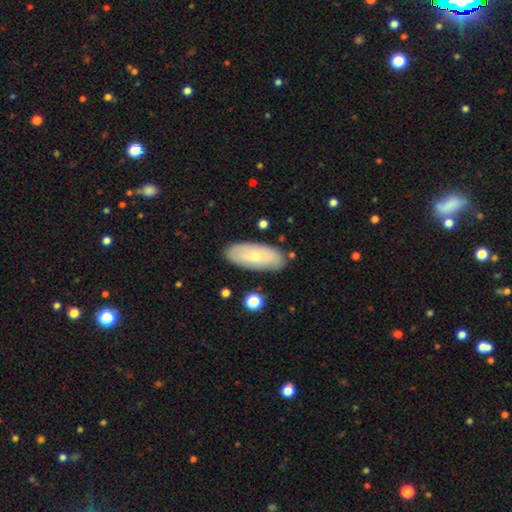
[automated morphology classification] The model was most divided on "smooth or featured": smooth: 61%, featured or disk: 33%, star or artifact: 6%. More confident: merging — none (83%); how rounded — in between (83%).